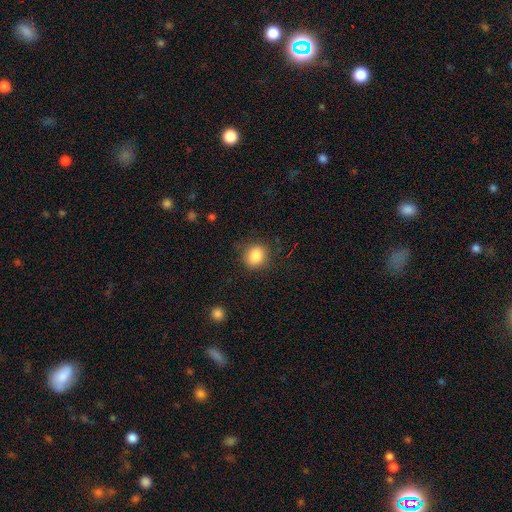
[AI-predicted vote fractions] Morphology: type=smooth (86%); roundness=round (74%); merging=none (82%).